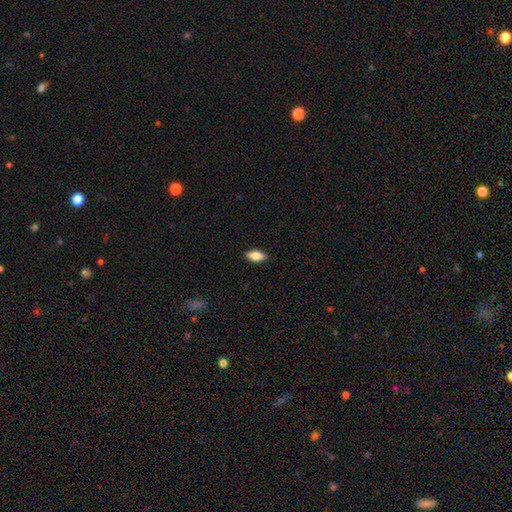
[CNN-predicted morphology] Smooth or featured? smooth (75%)
How rounded? in between (84%)
Merging? none (89%)